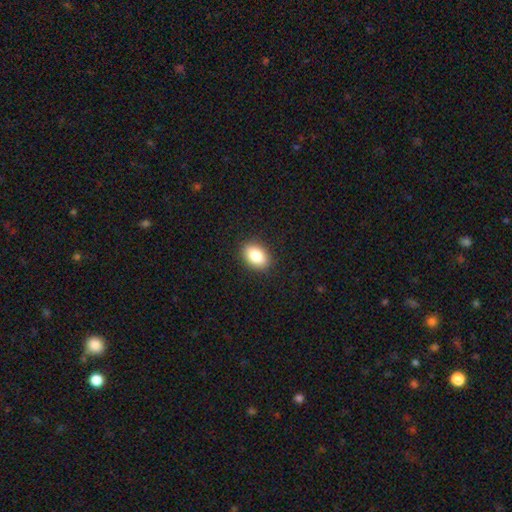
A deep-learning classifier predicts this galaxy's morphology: smooth 85%, star or artifact 8%, featured or disk 7%. Down the decision tree: how rounded — in between (84%); merging — none (89%).